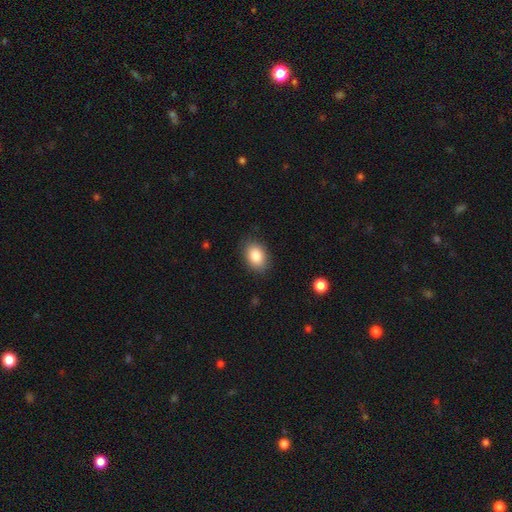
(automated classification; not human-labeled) Q: Smooth or featured?
A: smooth (87%); runner-up: star or artifact (8%)
Q: How rounded?
A: in between (82%); runner-up: round (17%)
Q: Merging?
A: none (85%); runner-up: minor disturbance (12%)